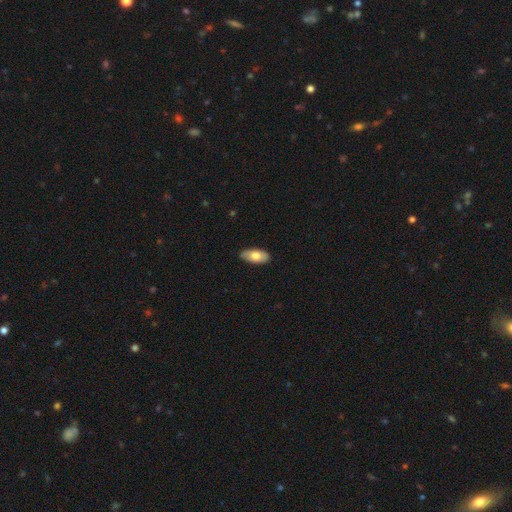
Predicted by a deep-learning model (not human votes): Smooth or featured? Predicted: smooth (p=0.71). How rounded? Predicted: in between (p=0.93). Merging? Predicted: none (p=0.84).